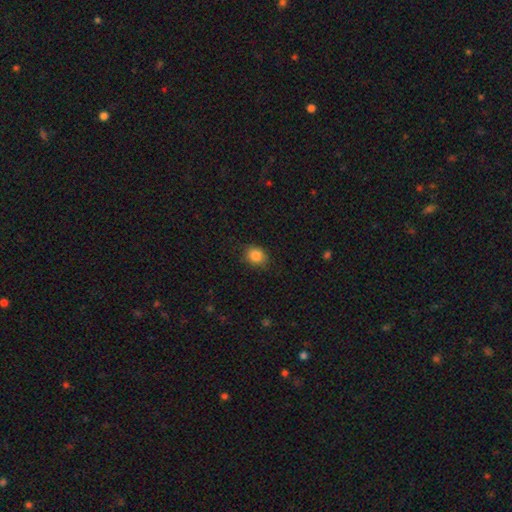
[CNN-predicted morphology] type=smooth (86%); roundness=round (59%); merging=none (83%).